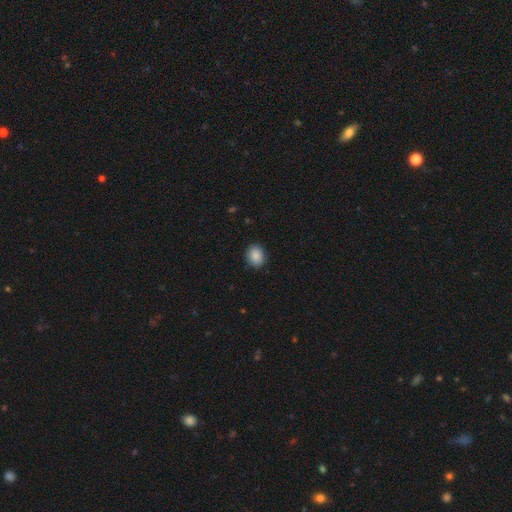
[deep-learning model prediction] smooth-or-featured: smooth: 88% | star or artifact: 8% | featured or disk: 4%
  how-rounded: round: 56% | in between: 43% | cigar-shaped: 1%
  merging: none: 87% | minor disturbance: 10% | major disturbance: 2% | merger: 1%